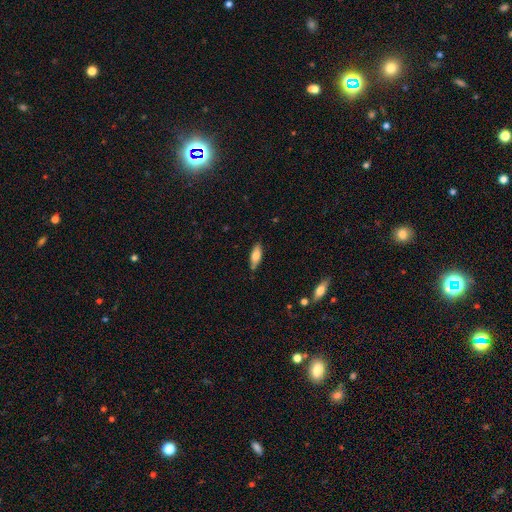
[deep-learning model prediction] A smooth galaxy with no disk features (75%) that is in between round and cigar-shaped (71%). Merging: none (77%).